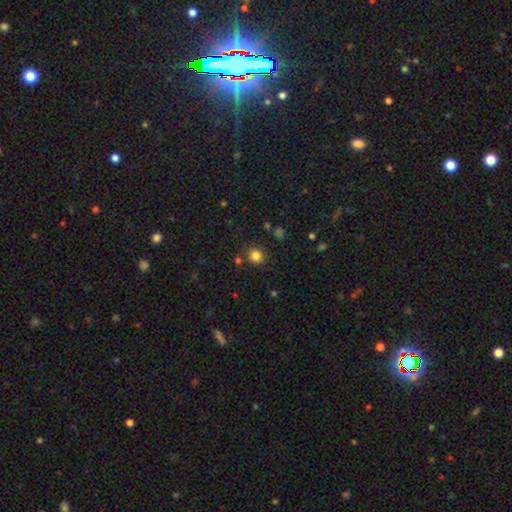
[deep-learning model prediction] Q: Smooth or featured?
A: smooth (83%); runner-up: star or artifact (13%)
Q: How rounded?
A: round (87%); runner-up: in between (12%)
Q: Merging?
A: none (85%); runner-up: minor disturbance (7%)